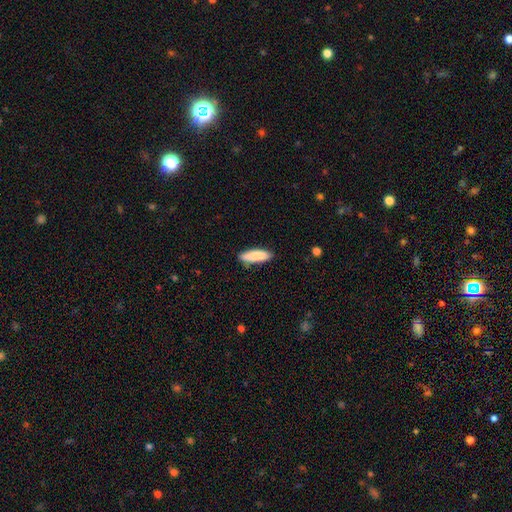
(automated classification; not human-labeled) The model was most divided on "how rounded": cigar-shaped: 56%, in between: 43%, round: 2%. More confident: smooth or featured — smooth (88%); merging — none (86%).